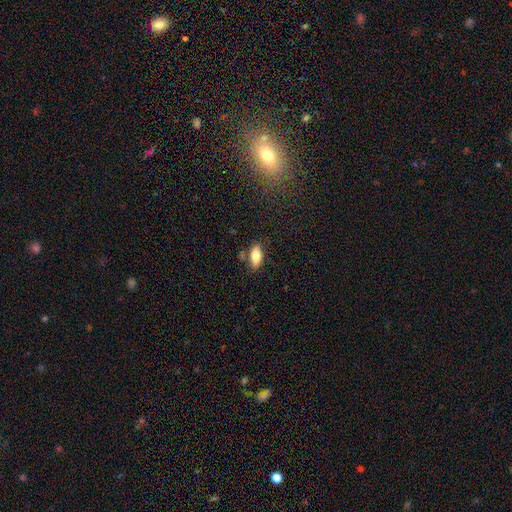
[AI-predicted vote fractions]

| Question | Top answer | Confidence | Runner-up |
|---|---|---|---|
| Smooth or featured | smooth | 80% | featured or disk (12%) |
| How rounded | in between | 84% | cigar-shaped (14%) |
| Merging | none | 74% | minor disturbance (15%) |